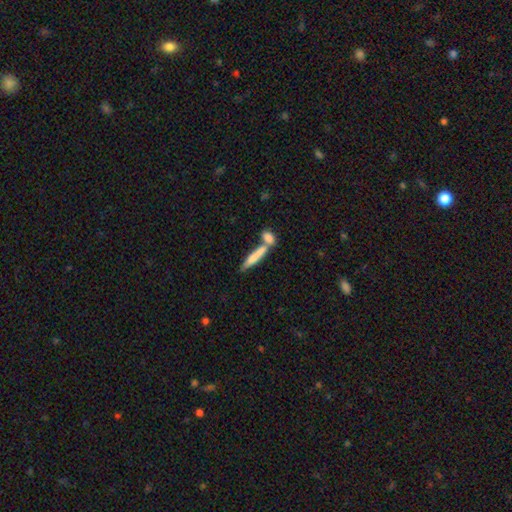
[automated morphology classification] Smooth or featured? Predicted: smooth (p=0.70). How rounded? Predicted: cigar-shaped (p=0.84). Merging? Predicted: none (p=0.48).